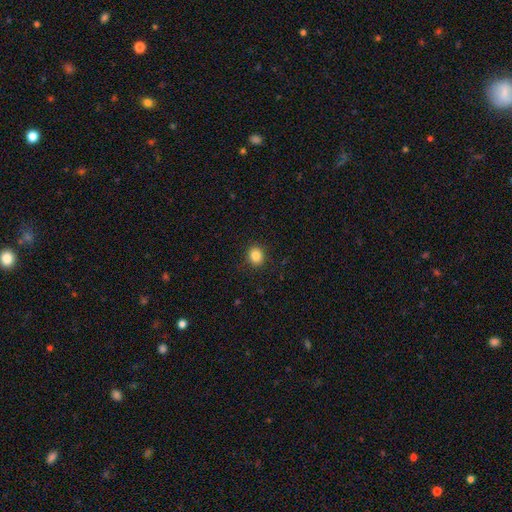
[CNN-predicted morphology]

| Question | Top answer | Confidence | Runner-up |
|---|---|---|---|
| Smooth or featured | smooth | 85% | star or artifact (10%) |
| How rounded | round | 74% | in between (25%) |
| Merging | none | 90% | minor disturbance (7%) |